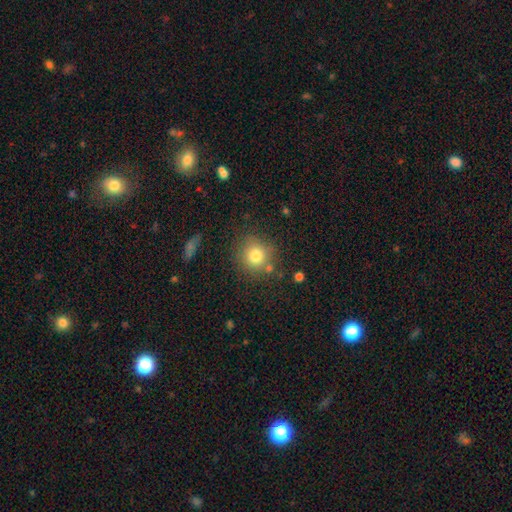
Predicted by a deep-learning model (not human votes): This is likely a smooth galaxy (79%). How rounded: clearly round (90%). Merging: likely none (79%).